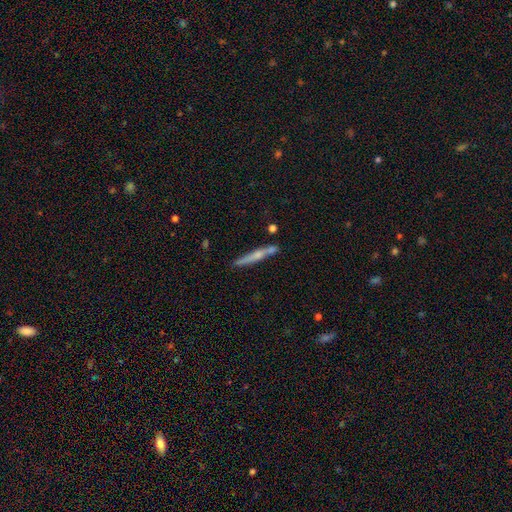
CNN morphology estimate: The model was most divided on "smooth or featured": smooth: 50%, featured or disk: 43%, star or artifact: 6%. More confident: how rounded — cigar-shaped (94%); merging — none (72%).